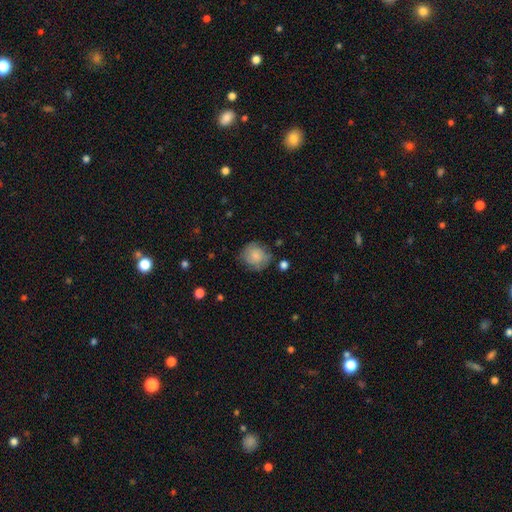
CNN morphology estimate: This is likely a smooth galaxy (63%). How rounded: clearly round (82%). Merging: likely none (70%).